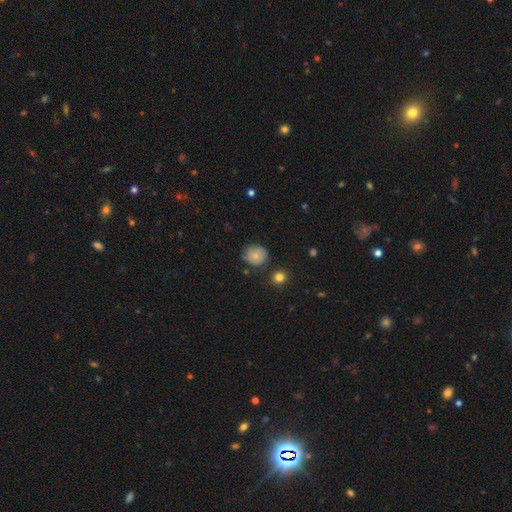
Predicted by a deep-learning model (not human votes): Smooth or featured: smooth — 75% (featured or disk — 16%)
How rounded: round — 84% (in between — 15%)
Merging: none — 73% (minor disturbance — 20%)